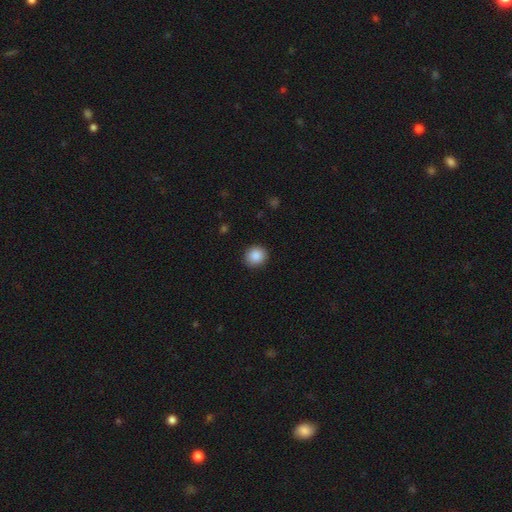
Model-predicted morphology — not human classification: A smooth galaxy with no disk features (88%) that is round (86%). Merging: none (90%).